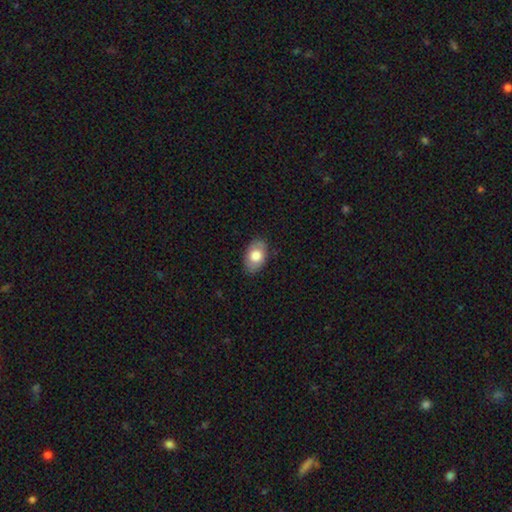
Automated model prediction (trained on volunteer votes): Smooth or featured? smooth (74%)
How rounded? in between (89%)
Merging? none (83%)